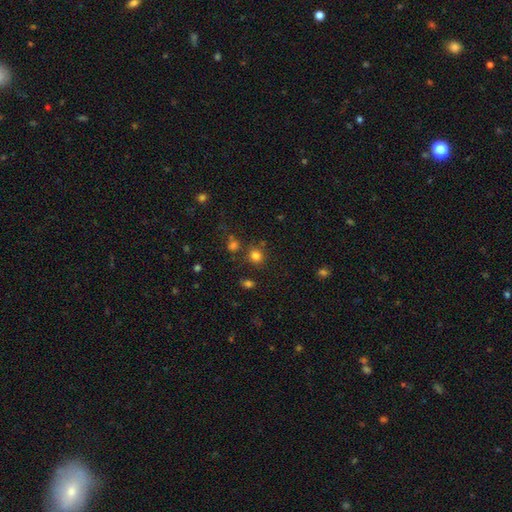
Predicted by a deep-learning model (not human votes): Smooth or featured? smooth (79%)
How rounded? round (82%)
Merging? none (77%)